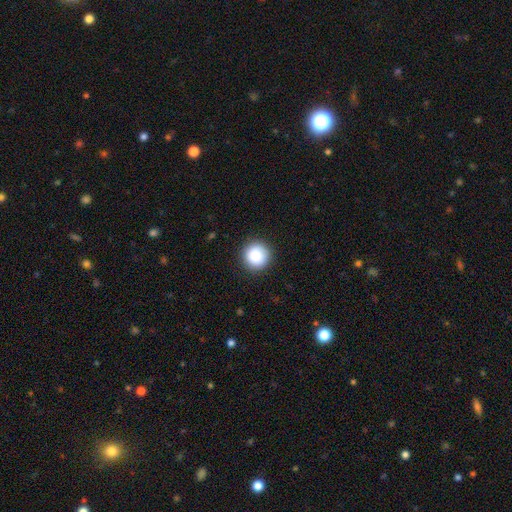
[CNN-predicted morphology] Smooth or featured?
  - smooth: 87% *
  - star or artifact: 8%
  - featured or disk: 4%
How rounded?
  - round: 94% *
  - in between: 5%
  - cigar-shaped: 1%
Merging?
  - none: 90% *
  - minor disturbance: 7%
  - major disturbance: 2%
  - merger: 1%